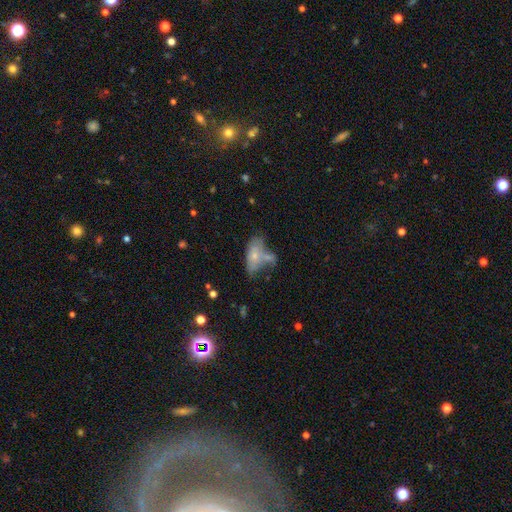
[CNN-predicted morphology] This is likely a smooth galaxy (64%). How rounded: clearly in between (87%). Merging: marginally merger (36%).